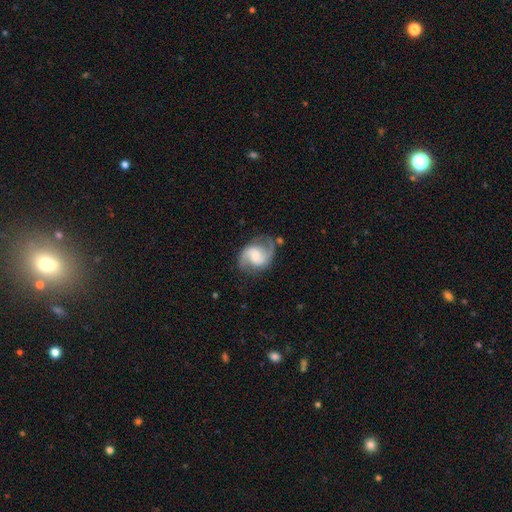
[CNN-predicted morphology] Smooth or featured? Predicted: featured or disk (p=0.84). Edge-on disk? Predicted: no (p=0.98). Bar? Predicted: weak (p=0.45). Spiral arms? Predicted: yes (p=0.97). Spiral winding? Predicted: medium (p=0.54). Spiral arm count? Predicted: 2 (p=0.92). Bulge size? Predicted: small (p=0.37, tied with moderate). Merging? Predicted: none (p=0.74).